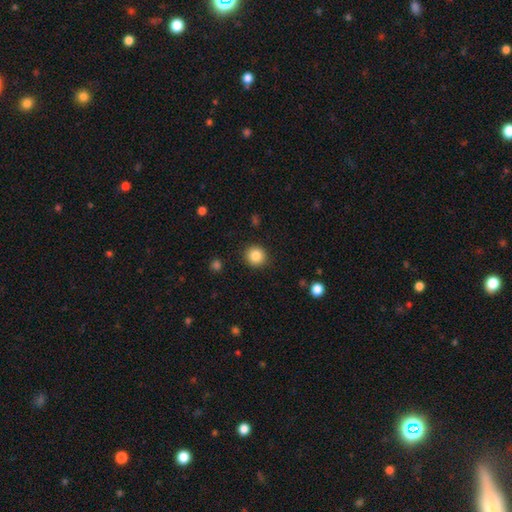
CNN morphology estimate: Overall: smooth (85%). How rounded: round (91%). Merging: none (90%).